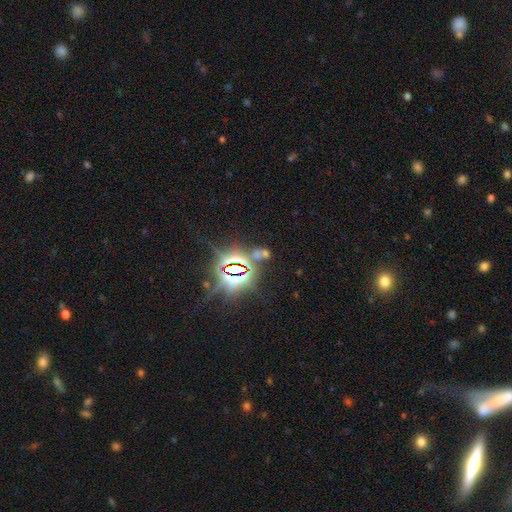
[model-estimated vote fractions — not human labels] Smooth or featured: star or artifact — 79% (smooth — 13%)